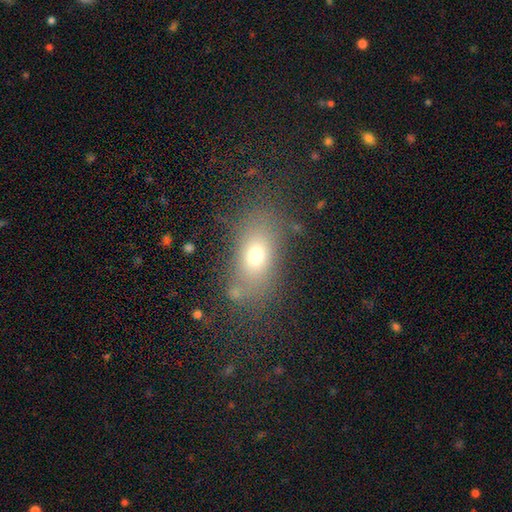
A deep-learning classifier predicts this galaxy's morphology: This appears to be a smooth galaxy with no disk features (70%) that is in between round and cigar-shaped (81%). Merging: none (73%).